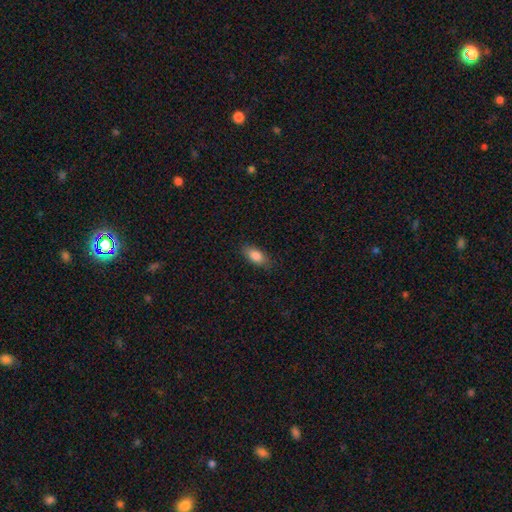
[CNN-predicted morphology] Smooth or featured? smooth (85%)
How rounded? in between (87%)
Merging? none (83%)